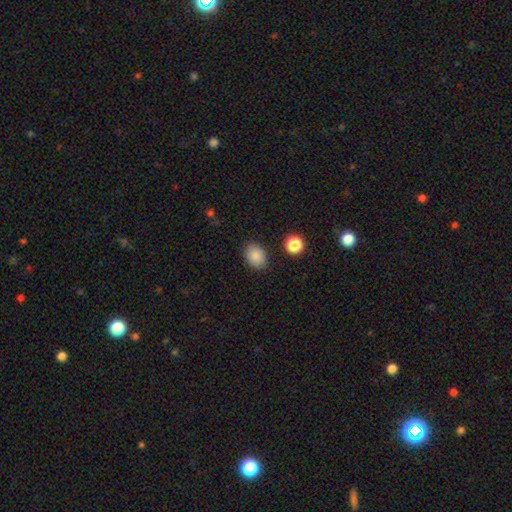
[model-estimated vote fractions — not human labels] Smooth or featured? Predicted: smooth (p=0.86). How rounded? Predicted: in between (p=0.67). Merging? Predicted: none (p=0.85).